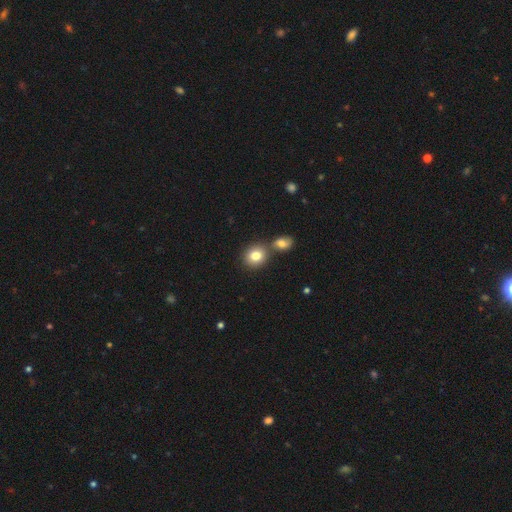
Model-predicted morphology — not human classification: This is clearly a smooth galaxy (81%). How rounded: likely round (73%). Merging: likely none (60%).